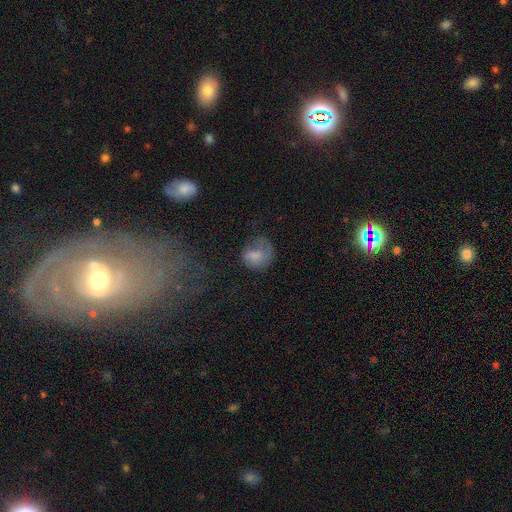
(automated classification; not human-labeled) smooth_or_featured: smooth (p=0.65) [alt: featured or disk p=0.25]
how_rounded: round (p=0.67) [alt: in between p=0.32]
merging: none (p=0.37) [alt: major disturbance p=0.34]